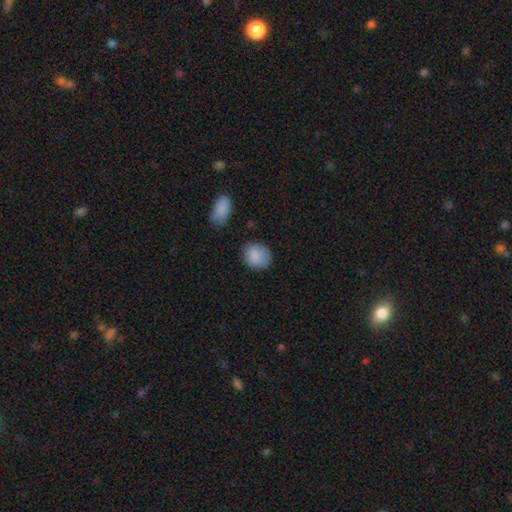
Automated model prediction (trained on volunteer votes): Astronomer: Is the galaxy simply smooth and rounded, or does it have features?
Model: smooth — 87%.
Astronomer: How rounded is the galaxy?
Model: in between — 51% (runner-up: round, 47%).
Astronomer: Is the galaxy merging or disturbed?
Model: none — 75%.